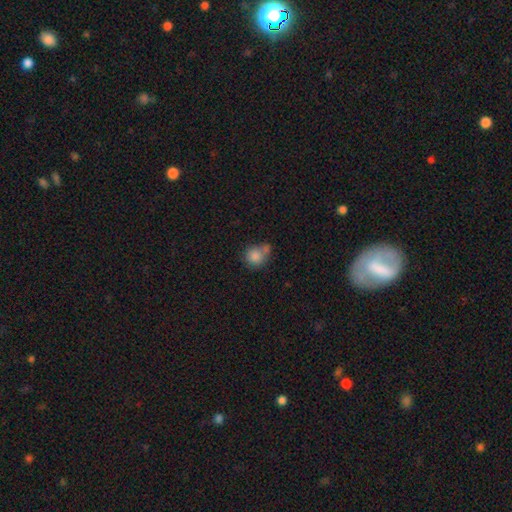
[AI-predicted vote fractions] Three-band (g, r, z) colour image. It shows a smooth galaxy with no disk features (83%) that is round (84%). Merging: none (44%).